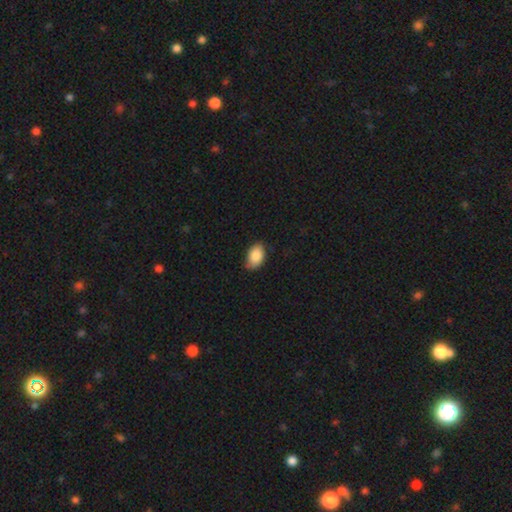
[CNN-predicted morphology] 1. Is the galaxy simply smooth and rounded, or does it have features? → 86% smooth, 7% star or artifact, 7% featured or disk.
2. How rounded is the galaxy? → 89% in between, 10% round, 1% cigar-shaped.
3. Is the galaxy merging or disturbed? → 75% none, 21% minor disturbance, 3% major disturbance, 1% merger.